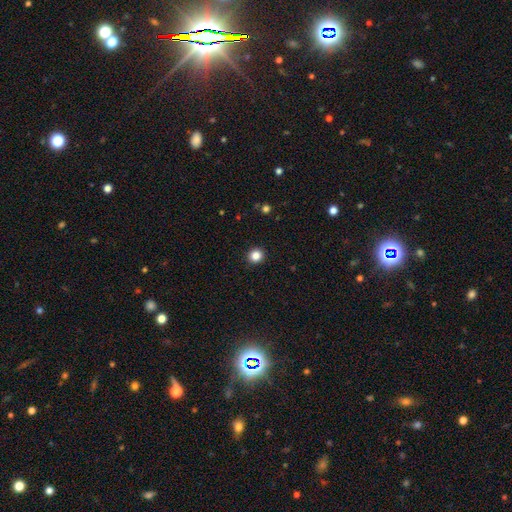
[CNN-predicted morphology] A smooth galaxy with no disk features (84%) that is round (92%).

Vote fractions:
- Smooth or featured? smooth: 84% / star or artifact: 12% / featured or disk: 4%
- How rounded? round: 92% / in between: 7% / cigar-shaped: 1%
- Merging? none: 93% / minor disturbance: 5% / major disturbance: 2% / merger: 1%